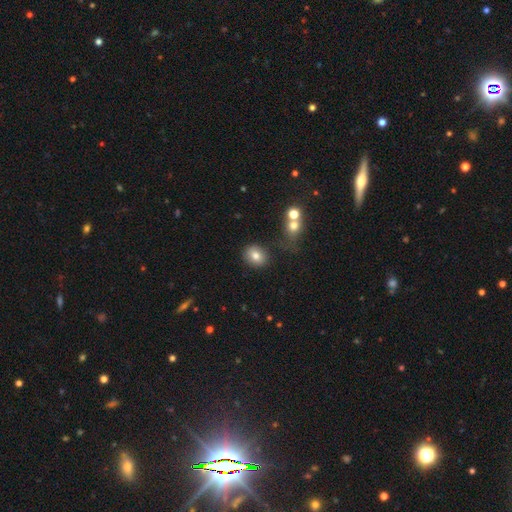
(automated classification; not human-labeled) Smooth or featured?
  - smooth: 79% *
  - star or artifact: 11%
  - featured or disk: 10%
How rounded?
  - round: 59% *
  - in between: 40%
  - cigar-shaped: 1%
Merging?
  - none: 81% *
  - minor disturbance: 11%
  - merger: 5%
  - major disturbance: 3%